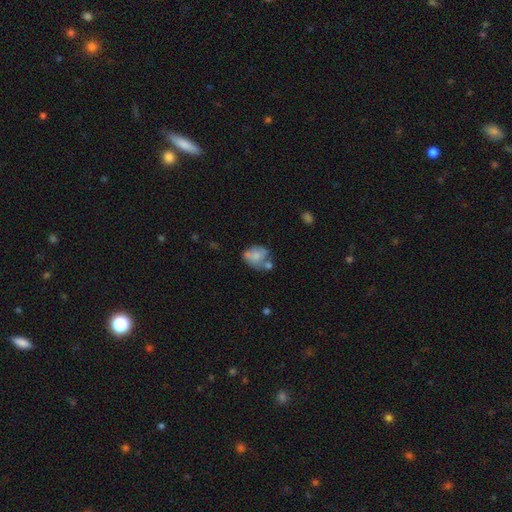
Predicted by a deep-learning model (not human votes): Overall: smooth (65%; featured or disk 26%). How rounded: in between (59%; round 40%). Merging: none (35%; merger 28%).